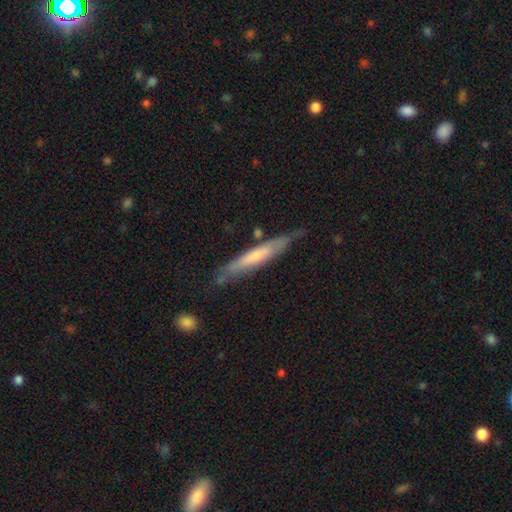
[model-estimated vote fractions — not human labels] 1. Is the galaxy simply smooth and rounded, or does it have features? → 51% featured or disk, 44% smooth, 5% star or artifact.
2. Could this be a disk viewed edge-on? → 83% yes, 17% no.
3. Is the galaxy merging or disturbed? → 74% none, 19% minor disturbance, 4% merger, 4% major disturbance.